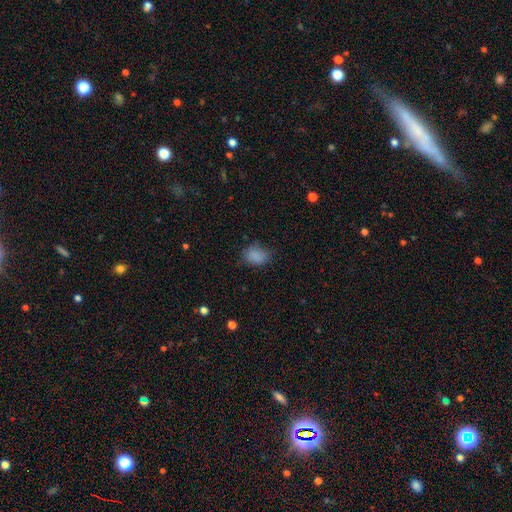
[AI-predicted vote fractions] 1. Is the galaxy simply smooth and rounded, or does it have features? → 84% smooth, 11% star or artifact, 5% featured or disk.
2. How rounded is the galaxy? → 64% in between, 35% round, 1% cigar-shaped.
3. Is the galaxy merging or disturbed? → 69% none, 23% minor disturbance, 7% major disturbance, 1% merger.